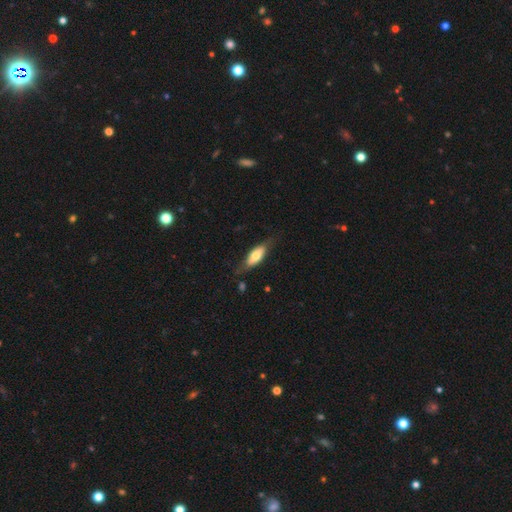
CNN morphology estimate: This appears to be a smooth galaxy with no disk features (61%) that is in between round and cigar-shaped (69%). Merging: none (68%).